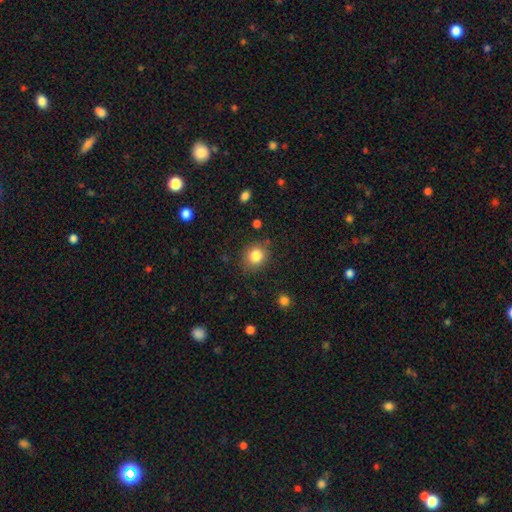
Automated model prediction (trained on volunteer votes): smooth 83%, star or artifact 11%, featured or disk 6%. Down the decision tree: how rounded — round (79%); merging — none (82%).